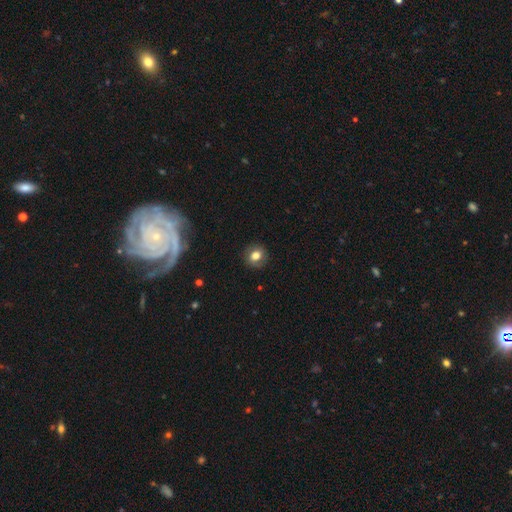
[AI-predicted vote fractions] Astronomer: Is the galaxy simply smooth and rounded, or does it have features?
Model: smooth — 75%.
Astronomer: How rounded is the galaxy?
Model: round — 75%.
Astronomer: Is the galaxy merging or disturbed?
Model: none — 86%.